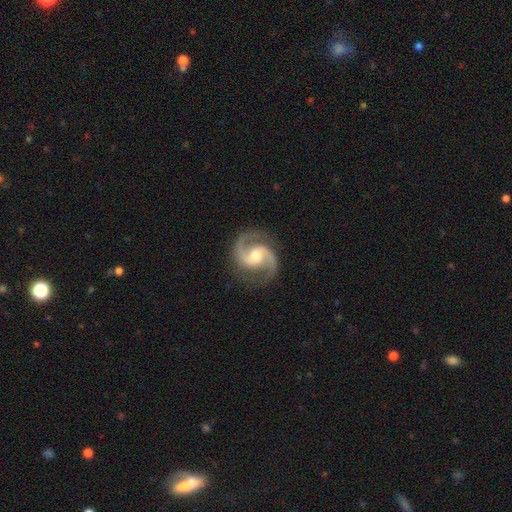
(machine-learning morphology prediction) This appears to be a featured or disk galaxy (93%) with no bar (45%), 2 (94%) medium (66%) spiral arms (98%) and a moderate central bulge (69%). Merging: none (84%).